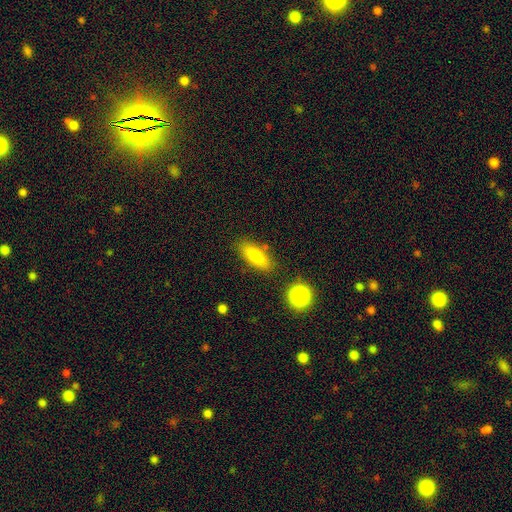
Q: Smooth or featured?
A: smooth (78%); runner-up: featured or disk (15%)
Q: How rounded?
A: in between (87%); runner-up: round (6%)
Q: Merging?
A: none (81%); runner-up: minor disturbance (14%)